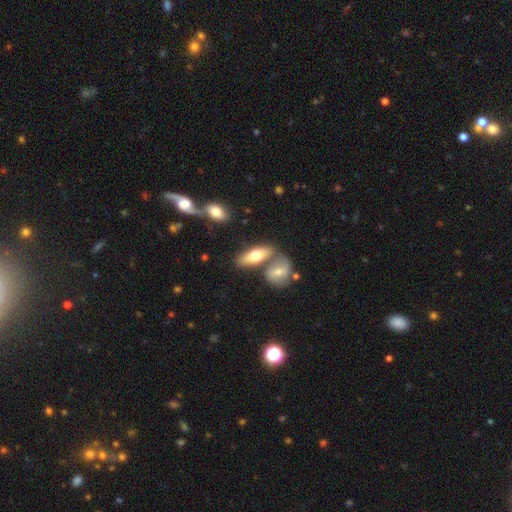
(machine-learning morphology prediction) smooth_or_featured: smooth (p=0.63) [alt: featured or disk p=0.31]
how_rounded: in between (p=0.71) [alt: cigar-shaped p=0.24]
merging: none (p=0.48) [alt: merger p=0.37]